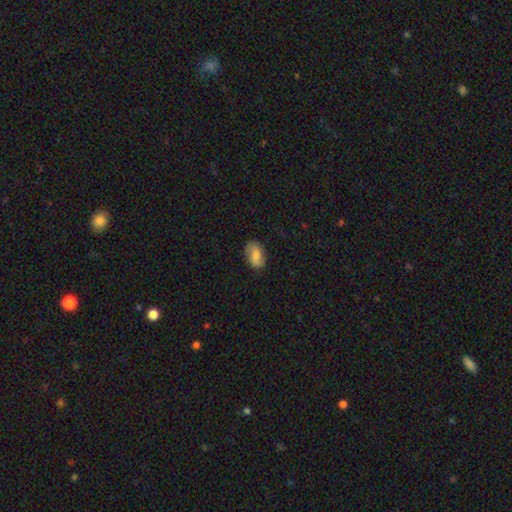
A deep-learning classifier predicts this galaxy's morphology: Smooth or featured?
  - smooth: 65% *
  - featured or disk: 27%
  - star or artifact: 8%
How rounded?
  - in between: 90% *
  - round: 8%
  - cigar-shaped: 2%
Merging?
  - none: 79% *
  - minor disturbance: 15%
  - major disturbance: 4%
  - merger: 1%